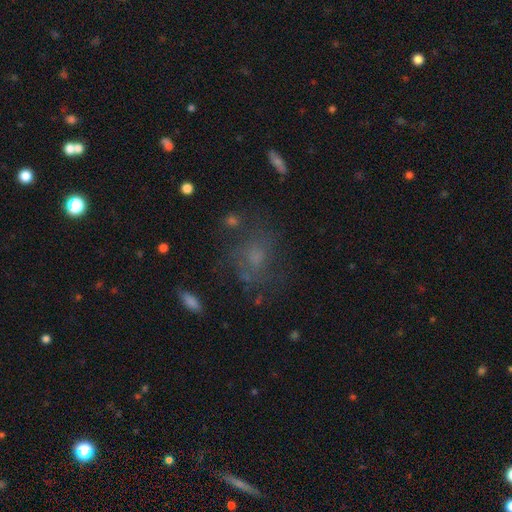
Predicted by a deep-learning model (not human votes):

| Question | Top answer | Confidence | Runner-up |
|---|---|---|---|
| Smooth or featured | smooth | 42% | featured or disk (34%) |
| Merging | none | 62% | minor disturbance (18%) |